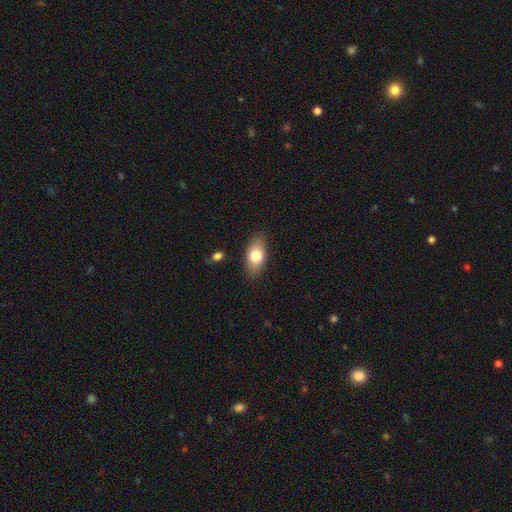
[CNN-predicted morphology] Overall: smooth (77%). How rounded: in between (88%). Merging: none (85%).